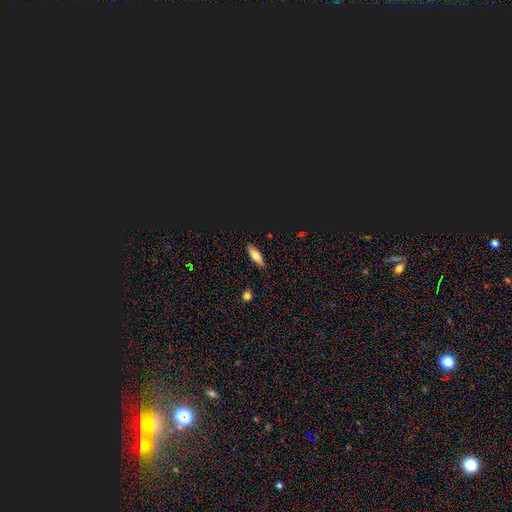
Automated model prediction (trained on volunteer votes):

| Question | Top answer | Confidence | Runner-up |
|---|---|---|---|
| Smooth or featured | smooth | 67% | featured or disk (22%) |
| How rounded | in between | 54% | cigar-shaped (43%) |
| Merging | none | 87% | minor disturbance (10%) |